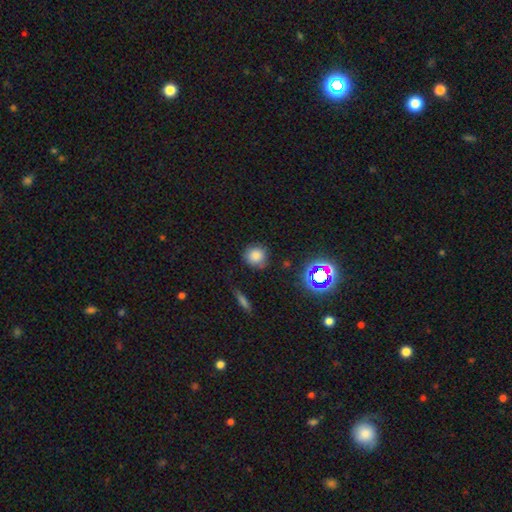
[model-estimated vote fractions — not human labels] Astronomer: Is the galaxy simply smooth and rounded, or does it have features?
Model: smooth — 79%.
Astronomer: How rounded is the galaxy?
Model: round — 89%.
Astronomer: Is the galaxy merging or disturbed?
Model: none — 80%.